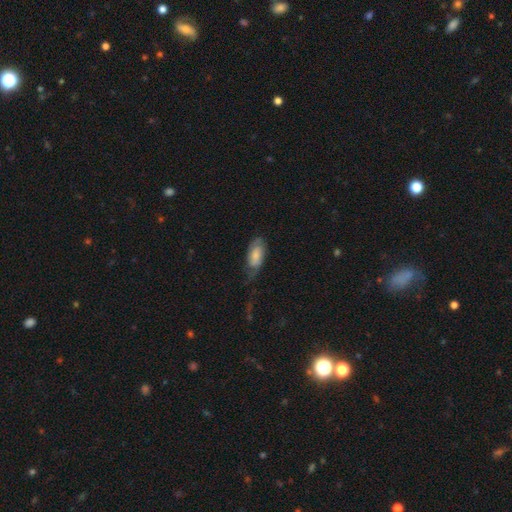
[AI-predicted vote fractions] smooth_or_featured: smooth (p=0.63) [alt: featured or disk p=0.30]
how_rounded: in between (p=0.88) [alt: cigar-shaped p=0.10]
merging: none (p=0.42) [alt: minor disturbance p=0.33]